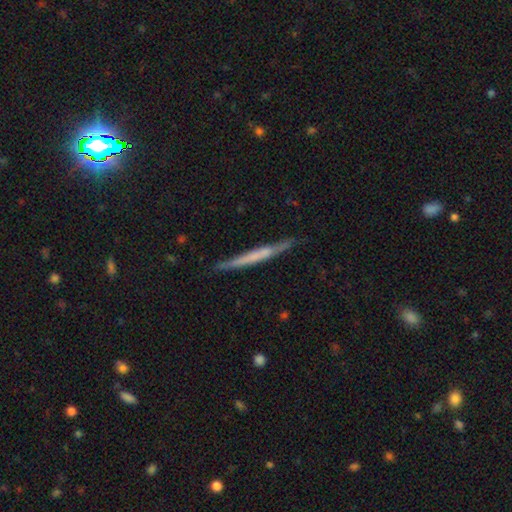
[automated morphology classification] This appears to be a featured or disk galaxy (52%) viewed edge-on (96%). Merging: none (85%).